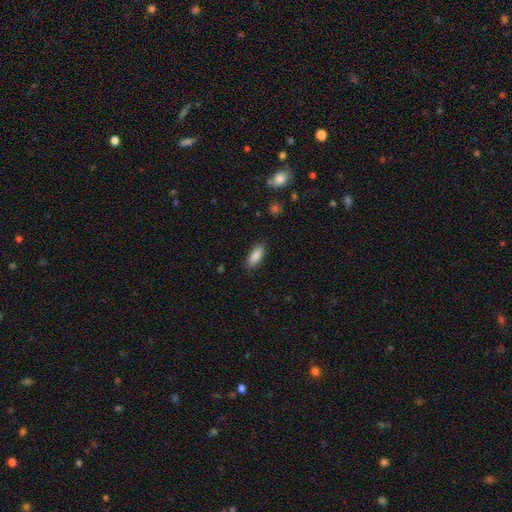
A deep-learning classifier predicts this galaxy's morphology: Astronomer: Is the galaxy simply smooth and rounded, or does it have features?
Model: smooth — 87%.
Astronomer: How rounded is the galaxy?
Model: in between — 79%.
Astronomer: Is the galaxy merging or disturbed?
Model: none — 87%.